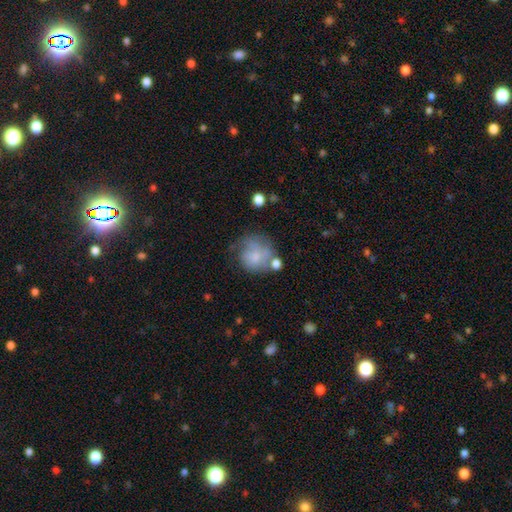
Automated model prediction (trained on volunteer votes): This appears to be a smooth galaxy with no disk features (59%) that is round (78%). Merging: none (40%).